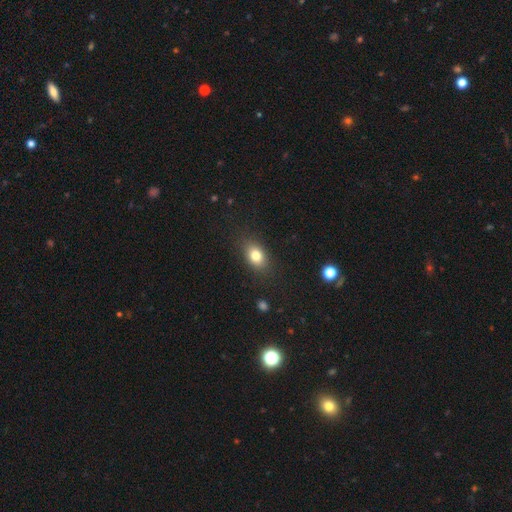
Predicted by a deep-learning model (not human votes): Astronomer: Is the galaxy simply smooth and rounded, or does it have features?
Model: smooth — 80%.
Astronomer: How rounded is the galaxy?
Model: in between — 78%.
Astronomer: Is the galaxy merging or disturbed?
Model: none — 83%.